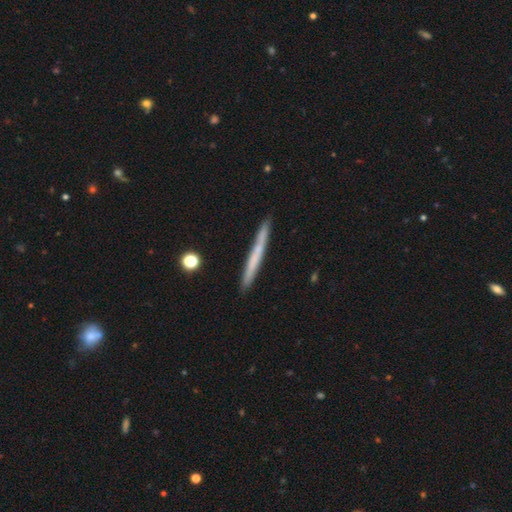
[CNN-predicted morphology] The model was most divided on "smooth or featured": smooth: 55%, featured or disk: 39%, star or artifact: 6%. More confident: how rounded — cigar-shaped (97%); merging — none (89%).